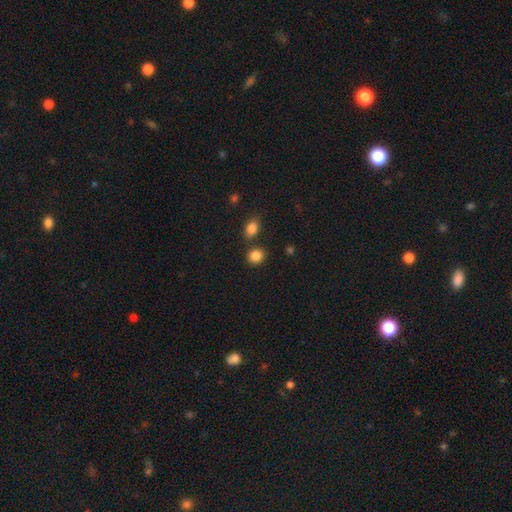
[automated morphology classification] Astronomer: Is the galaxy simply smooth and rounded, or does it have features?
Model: smooth — 86%.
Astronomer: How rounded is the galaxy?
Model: round — 73%.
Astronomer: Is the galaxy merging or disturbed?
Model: none — 76%.